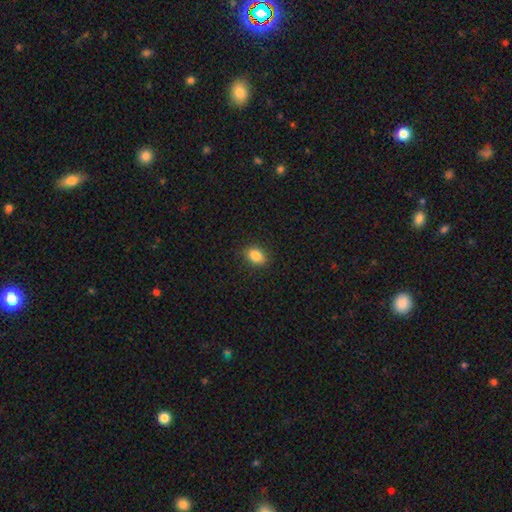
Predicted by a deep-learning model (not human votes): This appears to be a smooth galaxy with no disk features (86%) that is in between round and cigar-shaped (81%). Merging: none (88%).